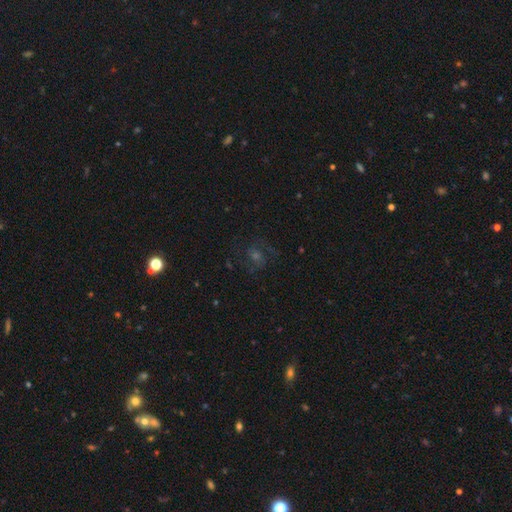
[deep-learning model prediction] A featured or disk galaxy (46%).

Vote fractions:
- Smooth or featured? featured or disk: 46% / star or artifact: 31% / smooth: 23%
- Merging? none: 73% / minor disturbance: 14% / major disturbance: 11% / merger: 2%